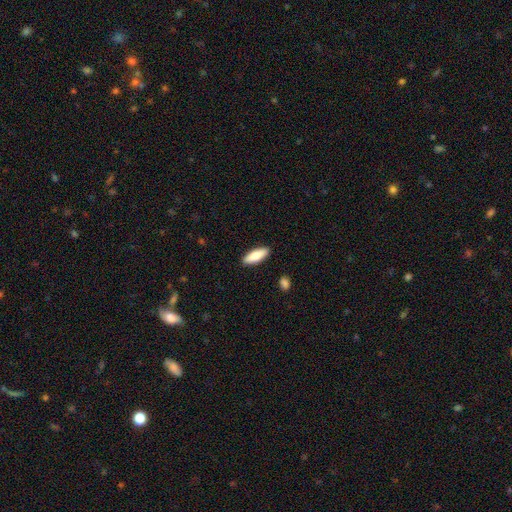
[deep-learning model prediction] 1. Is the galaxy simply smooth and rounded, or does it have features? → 80% smooth, 15% featured or disk, 6% star or artifact.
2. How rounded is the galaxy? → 60% in between, 38% cigar-shaped, 2% round.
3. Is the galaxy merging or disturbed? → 89% none, 8% minor disturbance, 2% major disturbance, 1% merger.